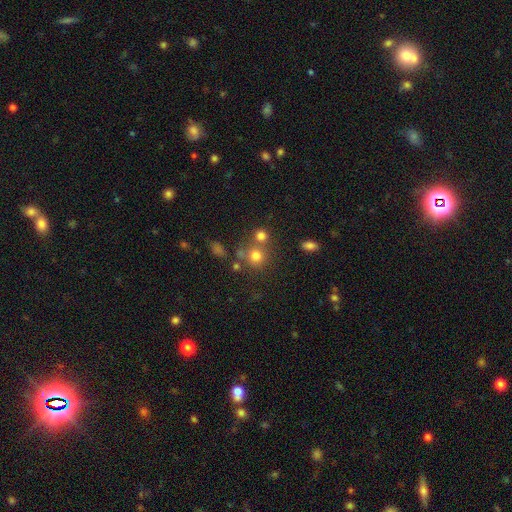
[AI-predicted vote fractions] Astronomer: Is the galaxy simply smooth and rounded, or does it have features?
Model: smooth — 74%.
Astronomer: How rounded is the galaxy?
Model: round — 87%.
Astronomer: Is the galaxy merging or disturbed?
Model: none — 58%.